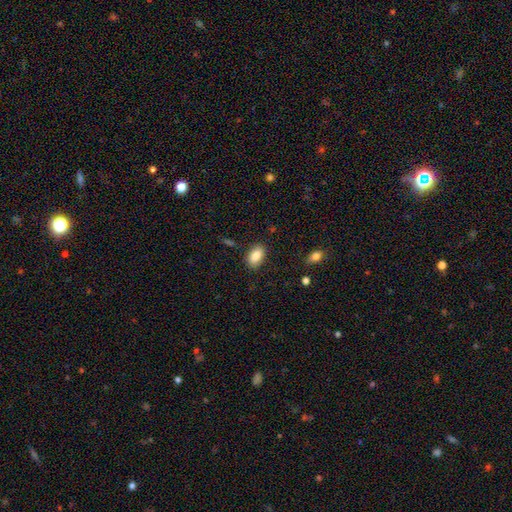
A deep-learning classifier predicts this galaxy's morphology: type=smooth (86%); roundness=in between (89%); merging=none (85%).